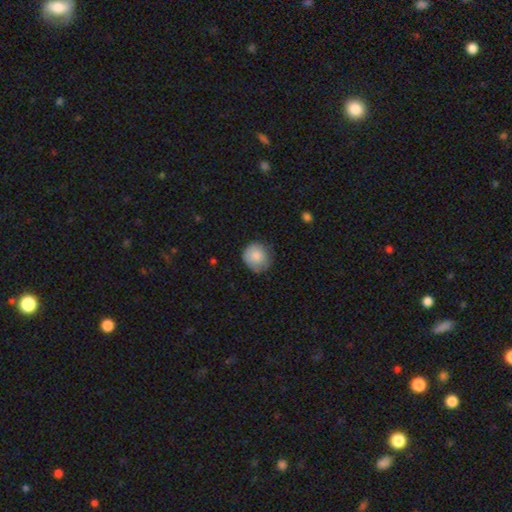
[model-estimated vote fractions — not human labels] This is clearly a smooth galaxy (82%). How rounded: clearly round (83%). Merging: likely none (72%).